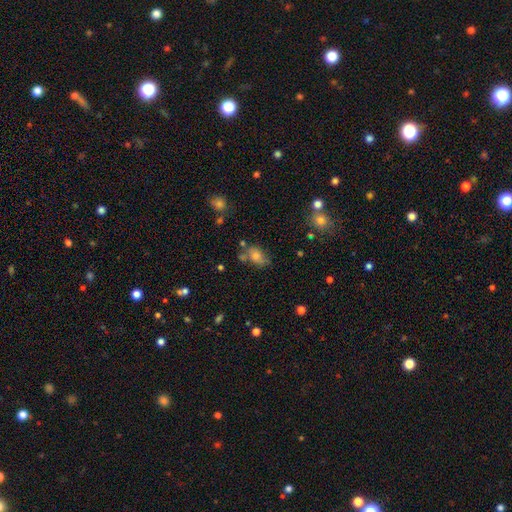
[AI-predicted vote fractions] smooth 62%, featured or disk 20%, star or artifact 18%. Down the decision tree: how rounded — in between (77%); merging — none (58%).